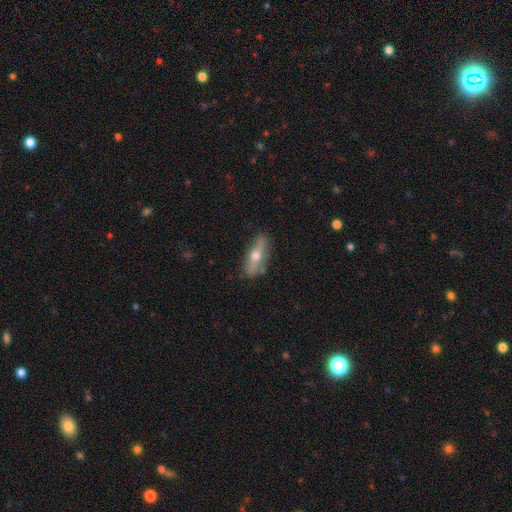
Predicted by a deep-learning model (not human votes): Overall: featured or disk (52%; smooth 42%). Edge-on disk: yes (80%). Merging: none (81%).